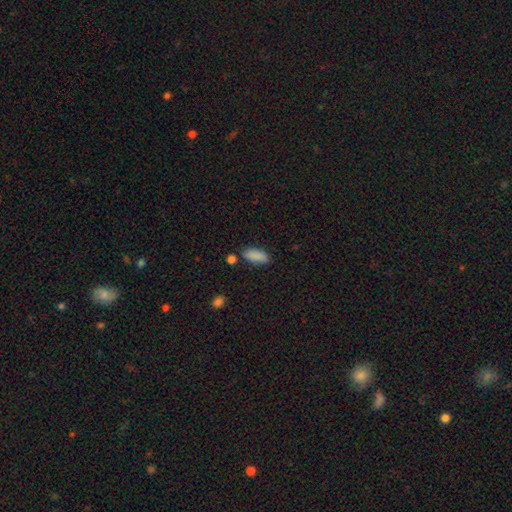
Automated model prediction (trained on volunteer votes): Q: Smooth or featured?
A: smooth (88%); runner-up: star or artifact (7%)
Q: How rounded?
A: in between (81%); runner-up: cigar-shaped (16%)
Q: Merging?
A: none (80%); runner-up: minor disturbance (12%)